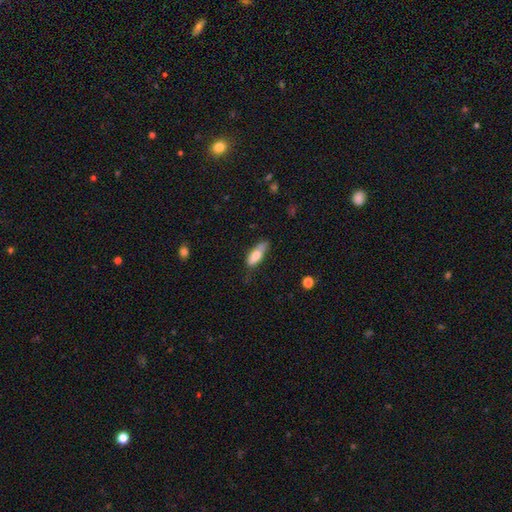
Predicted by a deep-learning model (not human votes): Morphology: type=smooth (72%); roundness=in between (61%); merging=none (54%).